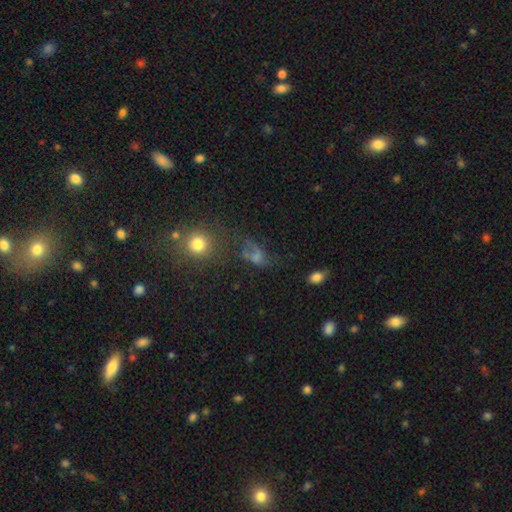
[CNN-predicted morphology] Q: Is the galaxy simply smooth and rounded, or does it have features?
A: smooth — 38%.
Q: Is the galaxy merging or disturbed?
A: none — 41%.